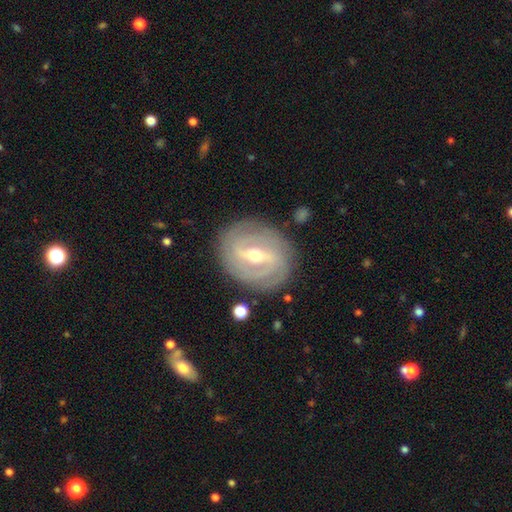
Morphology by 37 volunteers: featured or disk 89%, star or artifact 8%, smooth 3%. Down the decision tree: edge-on disk — no (97%); bar — weak (50%); spiral arms — yes (94%); spiral arm count — 4 (47%); spiral winding — tight (67%); bulge size — moderate (72%); merging — none (91%).